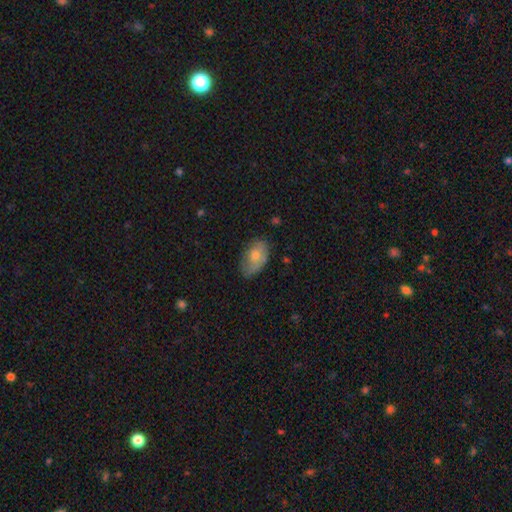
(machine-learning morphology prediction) The model was most divided on "smooth or featured": smooth: 64%, featured or disk: 28%, star or artifact: 8%. More confident: how rounded — in between (90%); merging — none (65%).